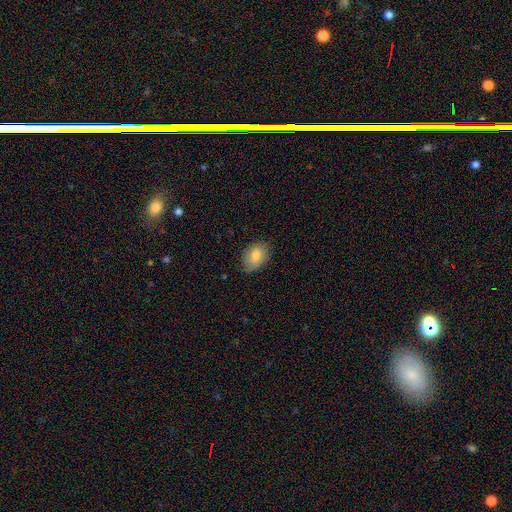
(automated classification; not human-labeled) This is likely a smooth galaxy (80%). How rounded: clearly in between (86%). Merging: likely none (79%).